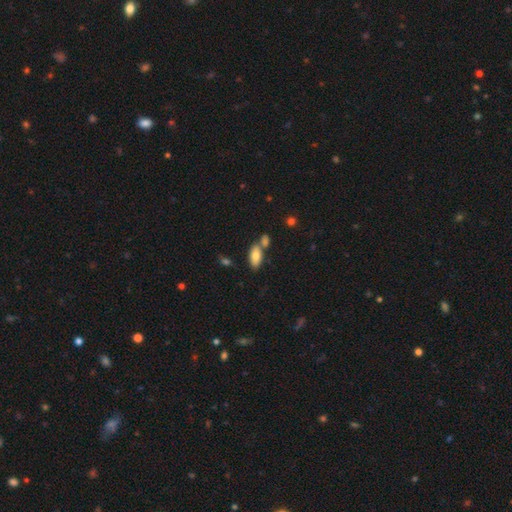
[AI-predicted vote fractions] This is clearly a smooth galaxy (80%). How rounded: clearly in between (89%). Merging: possibly none (58%).